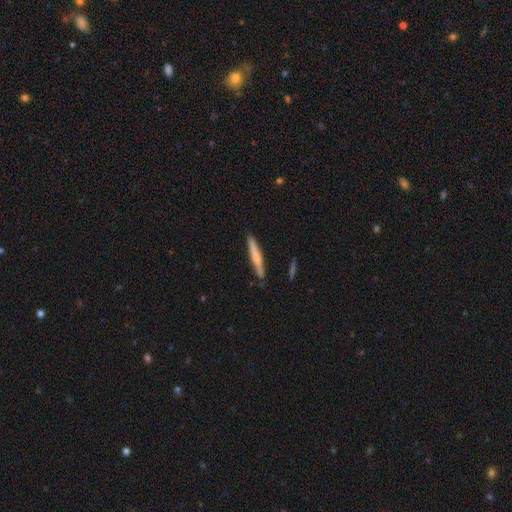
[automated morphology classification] smooth-or-featured: smooth: 60% | featured or disk: 34% | star or artifact: 6%
  how-rounded: cigar-shaped: 95% | in between: 3% | round: 1%
  merging: none: 87% | minor disturbance: 10% | merger: 2% | major disturbance: 2%